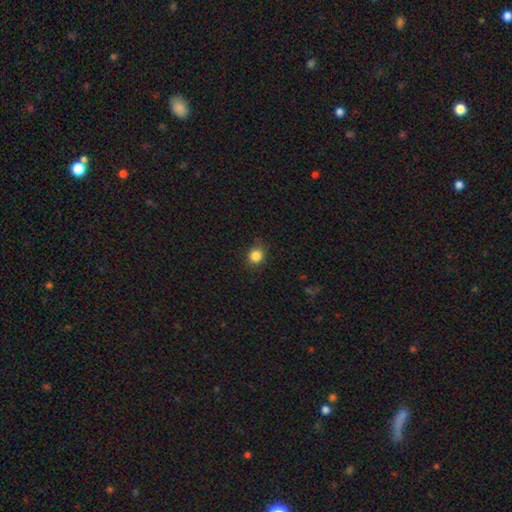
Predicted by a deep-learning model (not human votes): Q: Smooth or featured?
A: smooth (85%); runner-up: star or artifact (11%)
Q: How rounded?
A: round (85%); runner-up: in between (14%)
Q: Merging?
A: none (83%); runner-up: minor disturbance (13%)